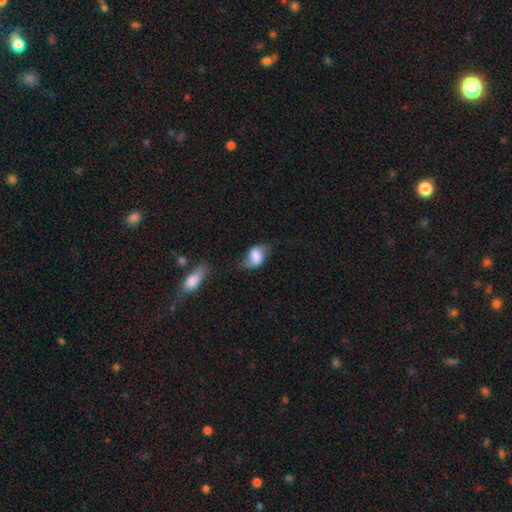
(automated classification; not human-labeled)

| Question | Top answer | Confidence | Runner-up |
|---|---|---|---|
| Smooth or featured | smooth | 68% | featured or disk (24%) |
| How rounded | in between | 81% | round (17%) |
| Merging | none | 45% | minor disturbance (33%) |